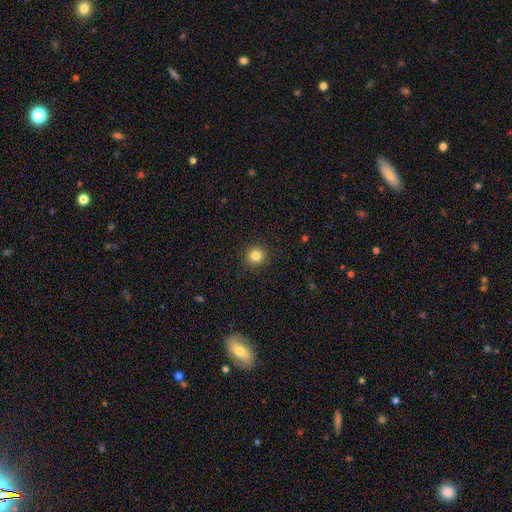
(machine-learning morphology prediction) Q: Smooth or featured?
A: smooth (83%); runner-up: star or artifact (12%)
Q: How rounded?
A: round (92%); runner-up: in between (7%)
Q: Merging?
A: none (91%); runner-up: minor disturbance (6%)